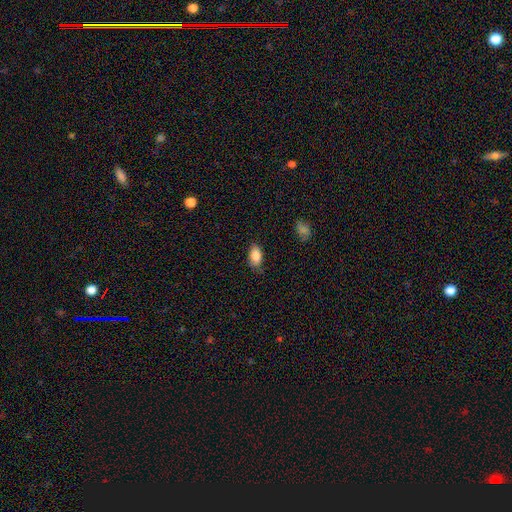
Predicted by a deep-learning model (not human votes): Overall: smooth (87%). How rounded: in between (91%). Merging: none (78%).